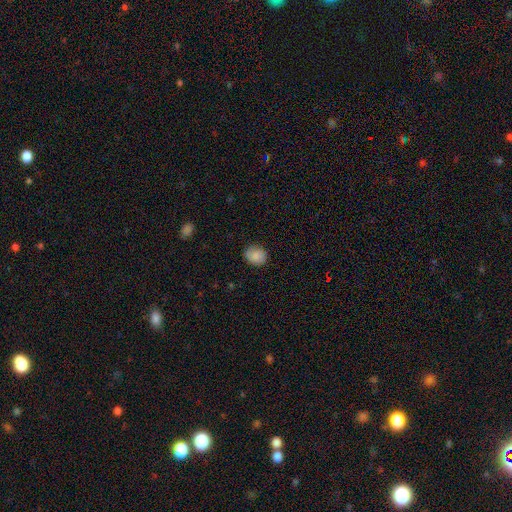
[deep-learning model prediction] This appears to be a smooth galaxy with no disk features (83%) that is round (70%). Merging: none (83%).